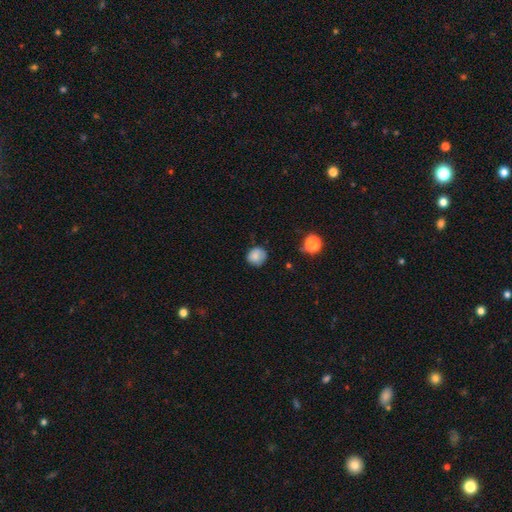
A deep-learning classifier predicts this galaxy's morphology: This appears to be a smooth galaxy with no disk features (82%) that is round (82%). Merging: none (72%).